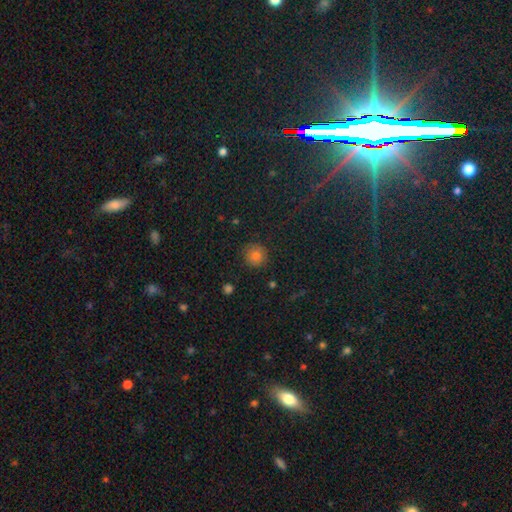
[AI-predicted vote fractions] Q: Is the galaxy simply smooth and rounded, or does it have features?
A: smooth — 79%.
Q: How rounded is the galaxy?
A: round — 94%.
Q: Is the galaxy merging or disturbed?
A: none — 88%.